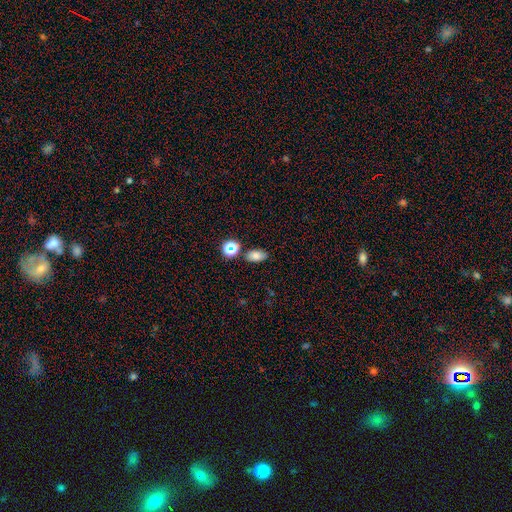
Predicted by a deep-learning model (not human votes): This appears to be a smooth galaxy with no disk features (77%) that is in between round and cigar-shaped (87%). Merging: none (79%).